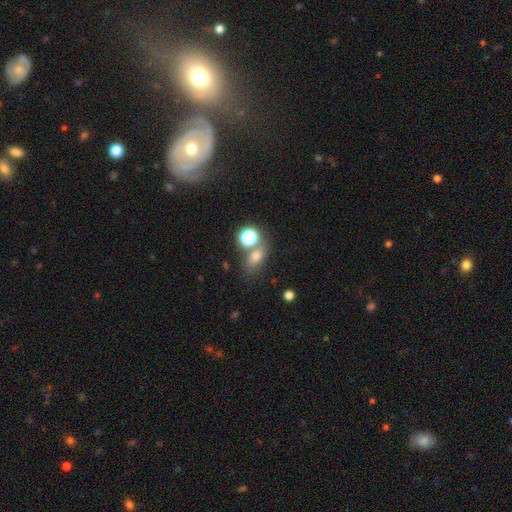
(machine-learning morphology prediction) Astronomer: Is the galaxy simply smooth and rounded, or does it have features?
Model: smooth — 70%.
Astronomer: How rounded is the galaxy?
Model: in between — 62%.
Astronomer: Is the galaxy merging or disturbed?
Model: none — 57%.